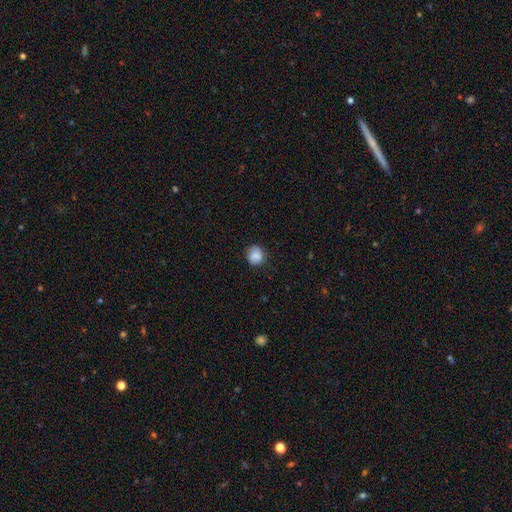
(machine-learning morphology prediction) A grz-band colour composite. It shows a smooth galaxy with no disk features (85%) that is round (83%). Merging: none (81%).